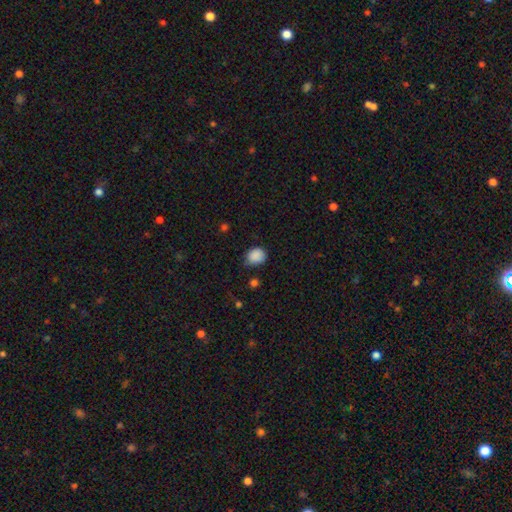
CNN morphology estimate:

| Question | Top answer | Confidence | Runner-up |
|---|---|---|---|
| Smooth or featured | smooth | 88% | star or artifact (9%) |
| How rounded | round | 63% | in between (36%) |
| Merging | none | 70% | minor disturbance (23%) |